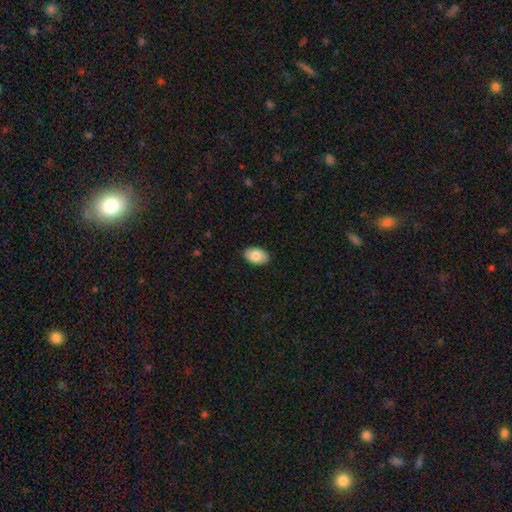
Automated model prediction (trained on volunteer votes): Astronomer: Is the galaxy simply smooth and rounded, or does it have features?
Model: smooth — 84%.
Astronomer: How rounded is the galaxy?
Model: in between — 90%.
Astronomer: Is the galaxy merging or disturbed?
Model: none — 88%.